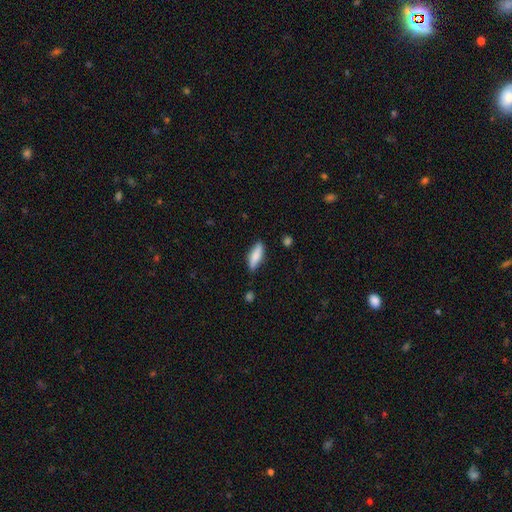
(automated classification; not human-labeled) A smooth galaxy with no disk features (78%) that is in between round and cigar-shaped (53%).

Vote fractions:
- Smooth or featured? smooth: 78% / featured or disk: 16% / star or artifact: 6%
- How rounded? in between: 53% / cigar-shaped: 45% / round: 2%
- Merging? none: 80% / minor disturbance: 15% / major disturbance: 3% / merger: 2%